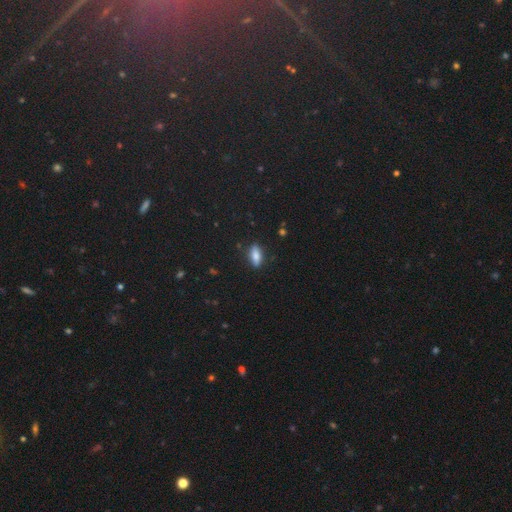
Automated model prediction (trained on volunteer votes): This is likely a smooth galaxy (76%). How rounded: likely in between (74%). Merging: clearly none (84%).